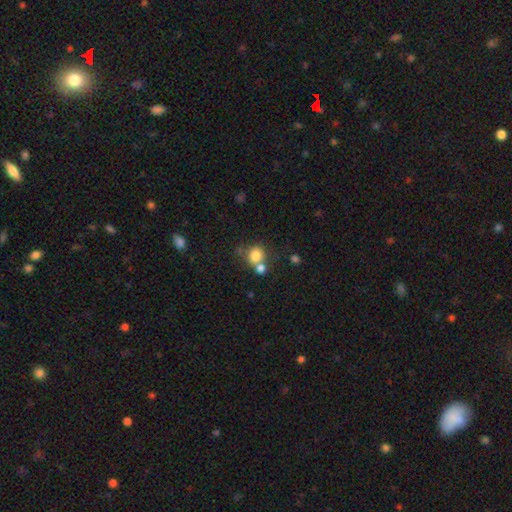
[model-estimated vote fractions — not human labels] The model was most divided on "merging": none: 49%, merger: 35%, minor disturbance: 11%, major disturbance: 5%. More confident: smooth or featured — smooth (80%); how rounded — round (76%).